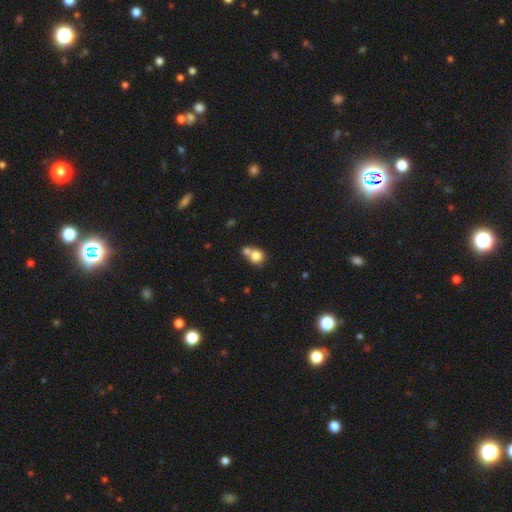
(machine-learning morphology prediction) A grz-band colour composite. It shows a smooth galaxy with no disk features (78%) that is round (81%). Merging: merger (51%).